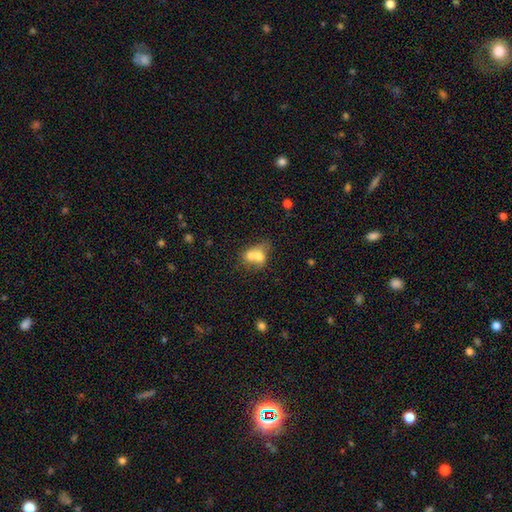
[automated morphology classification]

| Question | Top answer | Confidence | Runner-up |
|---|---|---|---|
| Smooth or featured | smooth | 68% | featured or disk (23%) |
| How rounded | in between | 51% | round (48%) |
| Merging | merger | 71% | none (17%) |